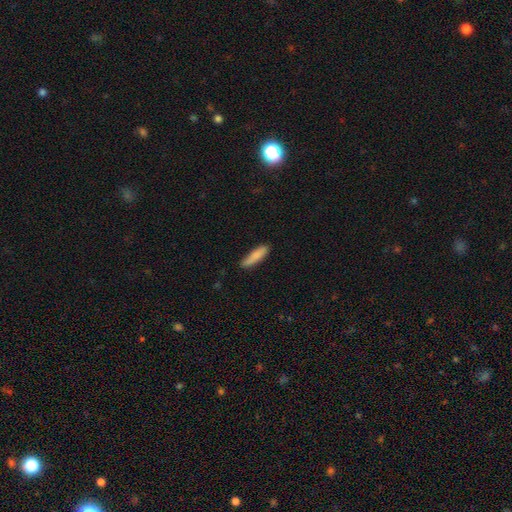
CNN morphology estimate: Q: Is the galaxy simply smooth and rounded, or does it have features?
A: smooth — 83%.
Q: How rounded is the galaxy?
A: cigar-shaped — 74%.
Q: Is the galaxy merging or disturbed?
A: none — 81%.